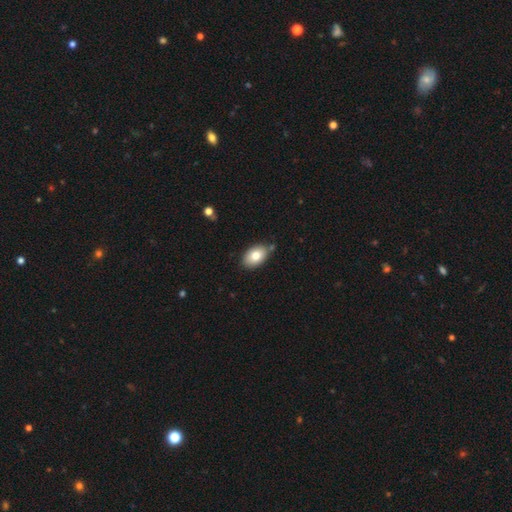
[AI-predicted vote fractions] The model was most divided on "merging": none: 75%, minor disturbance: 17%, merger: 5%, major disturbance: 3%. More confident: how rounded — in between (88%); smooth or featured — smooth (78%).